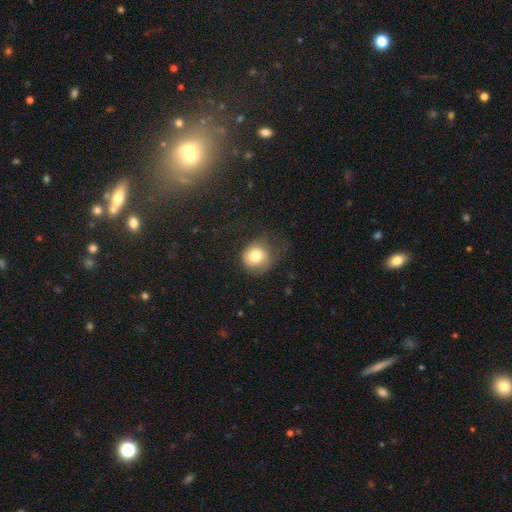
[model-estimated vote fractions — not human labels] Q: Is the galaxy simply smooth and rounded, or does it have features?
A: smooth — 77%.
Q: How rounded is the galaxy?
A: round — 84%.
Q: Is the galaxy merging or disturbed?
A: none — 53%.